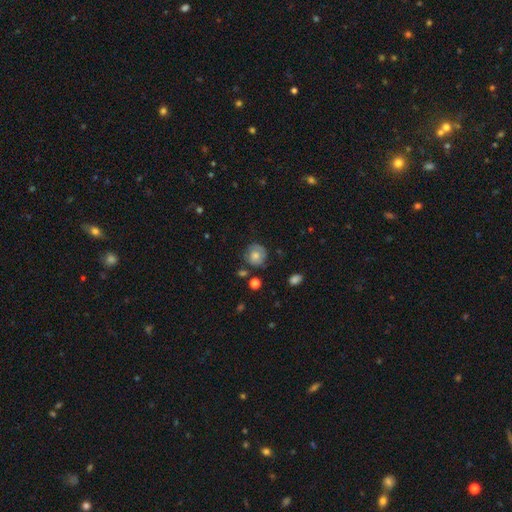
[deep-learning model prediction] smooth_or_featured: smooth (p=0.58) [alt: featured or disk p=0.33]
how_rounded: round (p=0.82) [alt: in between p=0.18]
merging: none (p=0.65) [alt: minor disturbance p=0.23]